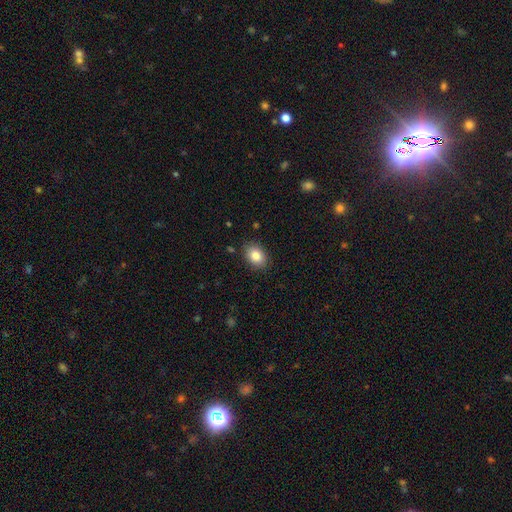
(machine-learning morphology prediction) smooth 84%, star or artifact 9%, featured or disk 8%. Down the decision tree: how rounded — in between (70%); merging — none (87%).